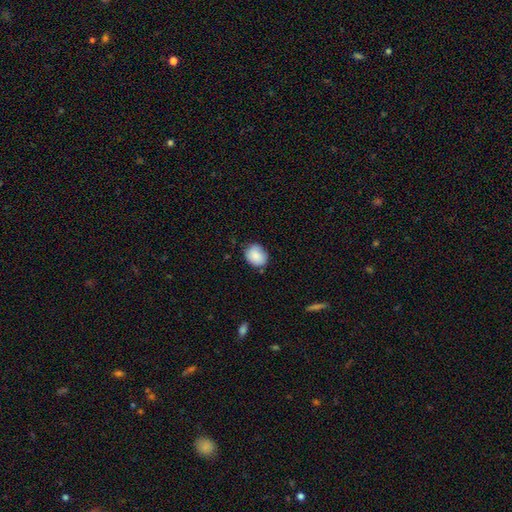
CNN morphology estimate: A smooth galaxy with no disk features (87%) that is round (56%). Merging: none (79%).